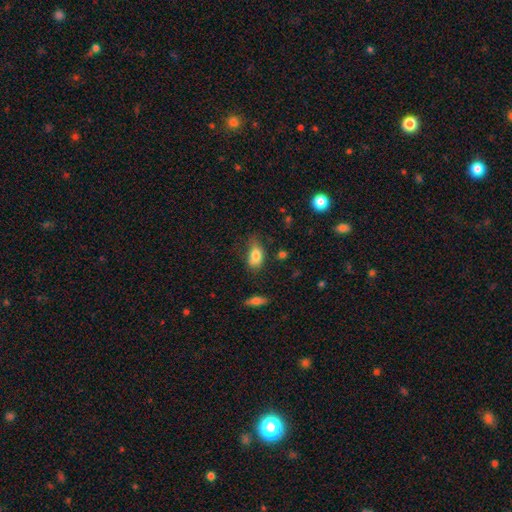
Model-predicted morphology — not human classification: smooth_or_featured: smooth (p=0.80) [alt: featured or disk p=0.12]
how_rounded: in between (p=0.87) [alt: round p=0.09]
merging: none (p=0.44) [alt: minor disturbance p=0.36]